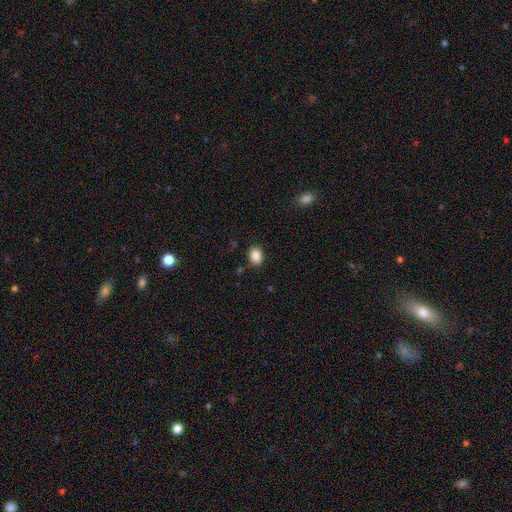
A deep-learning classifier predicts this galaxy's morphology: Smooth or featured? Predicted: smooth (p=0.88). How rounded? Predicted: in between (p=0.75). Merging? Predicted: none (p=0.87).